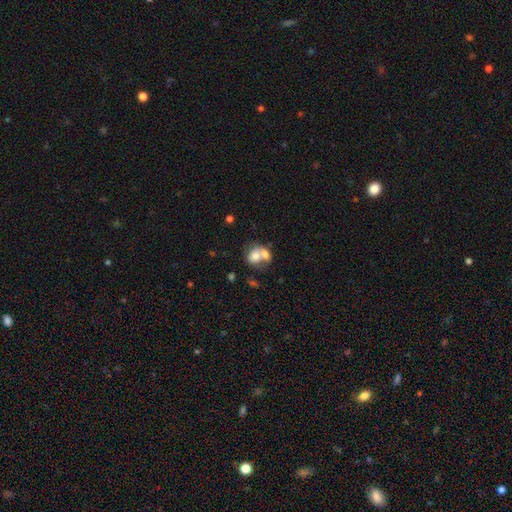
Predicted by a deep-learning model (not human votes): The model was most divided on "how rounded": in between: 51%, round: 48%, cigar-shaped: 1%. More confident: smooth or featured — smooth (67%); merging — merger (67%).